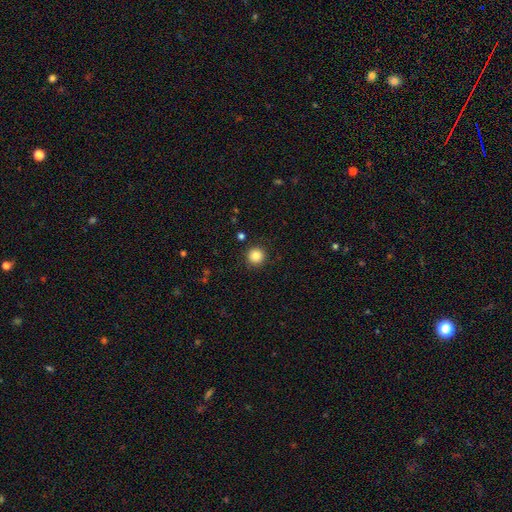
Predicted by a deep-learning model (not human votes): smooth_or_featured: smooth (p=0.85) [alt: star or artifact p=0.10]
how_rounded: round (p=0.95) [alt: in between p=0.04]
merging: none (p=0.91) [alt: minor disturbance p=0.05]